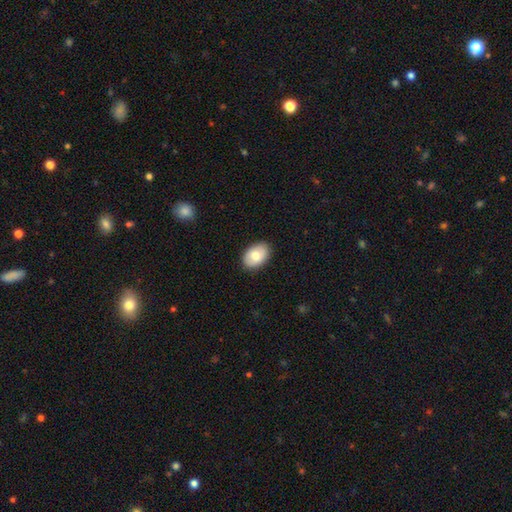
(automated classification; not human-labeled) Smooth or featured: smooth — 79% (featured or disk — 14%)
How rounded: in between — 86% (round — 13%)
Merging: none — 87% (minor disturbance — 10%)